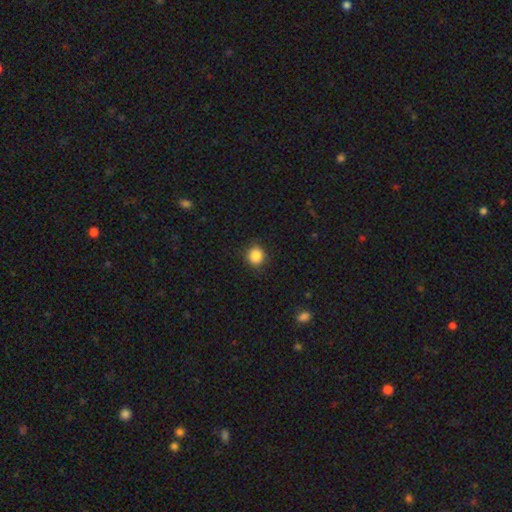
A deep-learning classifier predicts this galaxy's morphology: Overall: smooth (86%). How rounded: round (89%). Merging: none (89%).